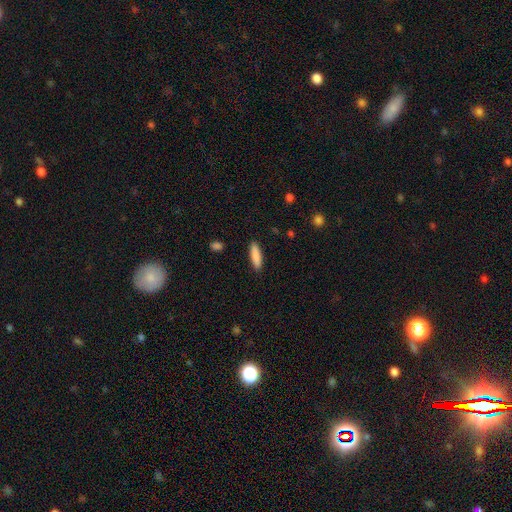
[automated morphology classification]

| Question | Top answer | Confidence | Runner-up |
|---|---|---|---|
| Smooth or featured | smooth | 88% | featured or disk (6%) |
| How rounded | cigar-shaped | 65% | in between (34%) |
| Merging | none | 90% | minor disturbance (7%) |